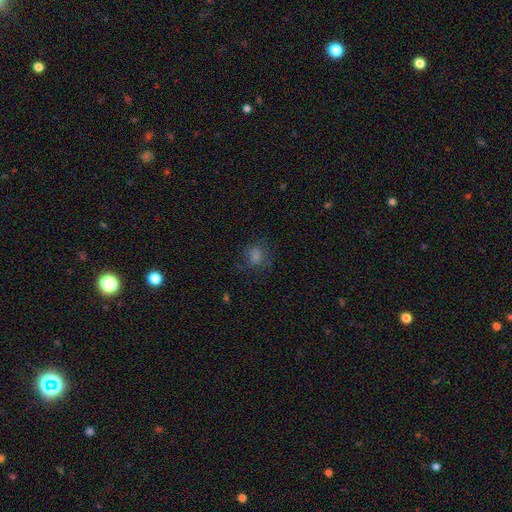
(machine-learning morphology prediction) This appears to be a smooth galaxy with no disk features (63%) that is round (67%). Merging: none (73%).